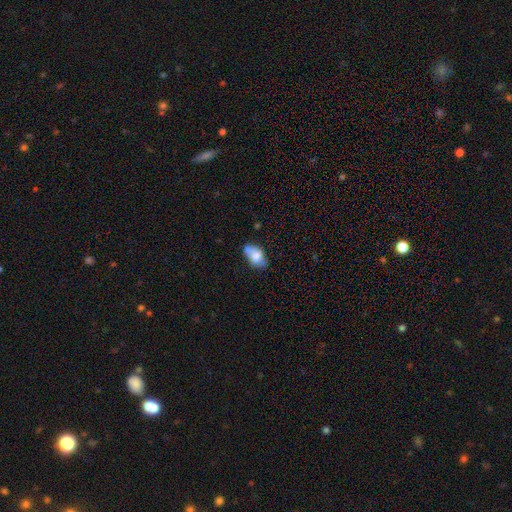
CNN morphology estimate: Smooth or featured? smooth (72%)
How rounded? in between (86%)
Merging? none (46%)